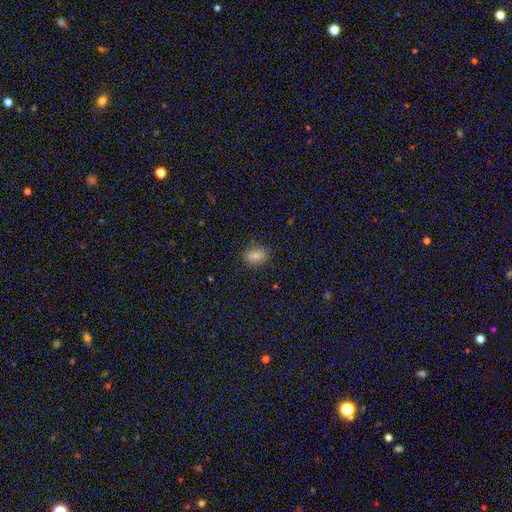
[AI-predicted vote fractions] Q: Smooth or featured?
A: smooth (81%); runner-up: star or artifact (12%)
Q: How rounded?
A: in between (60%); runner-up: round (39%)
Q: Merging?
A: none (83%); runner-up: minor disturbance (13%)